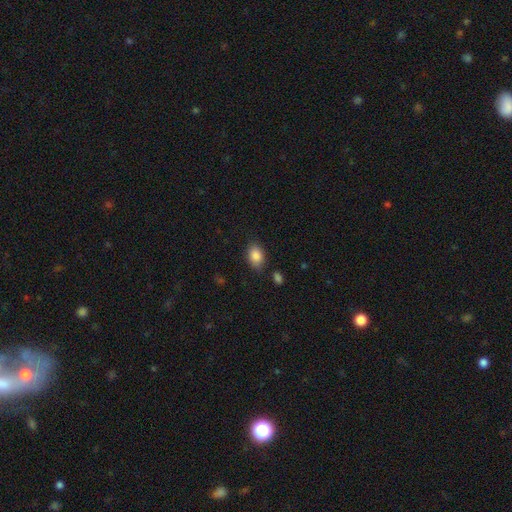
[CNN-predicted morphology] Overall: smooth (87%). How rounded: in between (79%). Merging: none (78%).